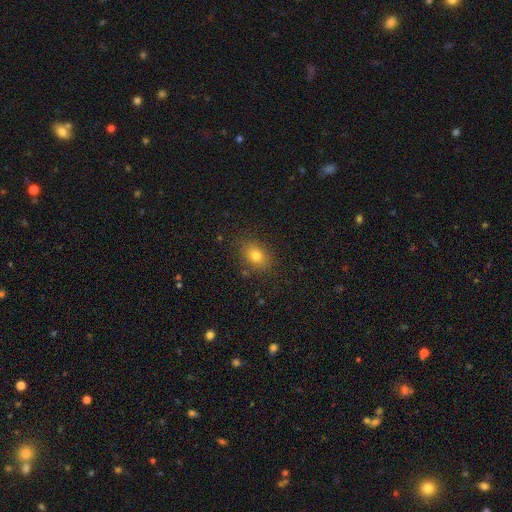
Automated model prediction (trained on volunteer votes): A smooth galaxy with no disk features (78%) that is in between round and cigar-shaped (63%). Merging: none (84%).